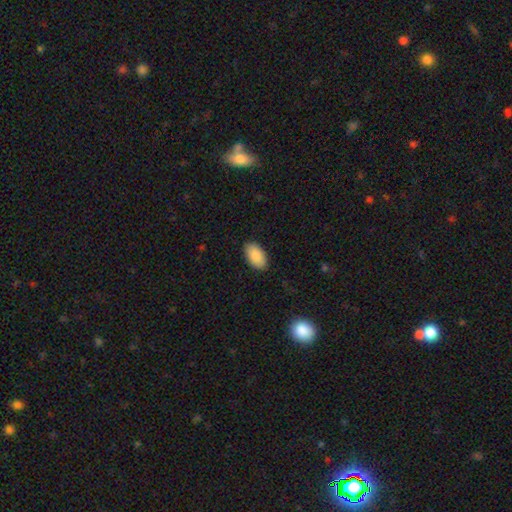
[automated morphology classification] type=smooth (89%); roundness=in between (95%); merging=none (88%).